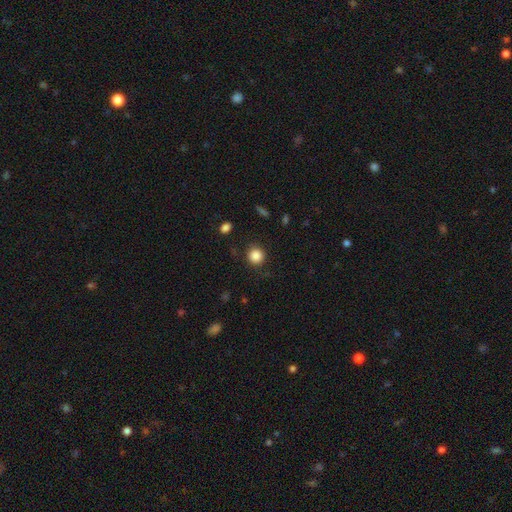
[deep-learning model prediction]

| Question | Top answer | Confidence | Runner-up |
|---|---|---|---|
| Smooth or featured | smooth | 86% | star or artifact (10%) |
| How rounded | round | 92% | in between (7%) |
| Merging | none | 85% | minor disturbance (9%) |